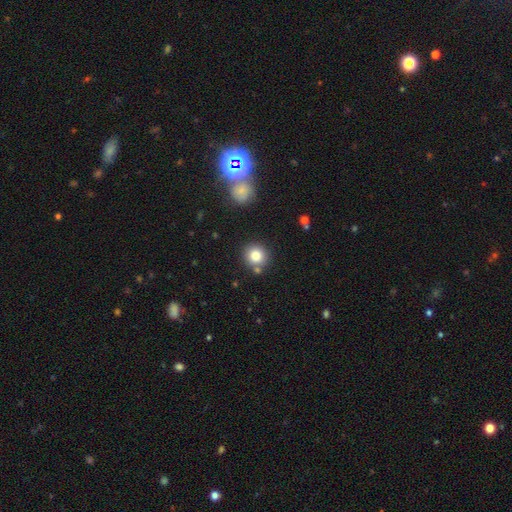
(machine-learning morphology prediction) Smooth or featured? smooth (82%)
How rounded? round (91%)
Merging? none (81%)